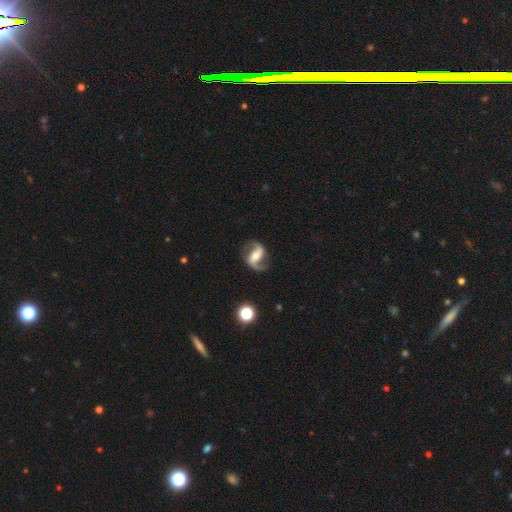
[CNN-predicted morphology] Overall: featured or disk (86%). Edge-on disk: no (97%). Bar: strong (45%; weak 35%). Spiral arms: yes (95%). Spiral arm count: 2 (90%). Spiral winding: loose (50%; medium 39%). Bulge size: moderate (50%; small 31%). Merging: none (77%).